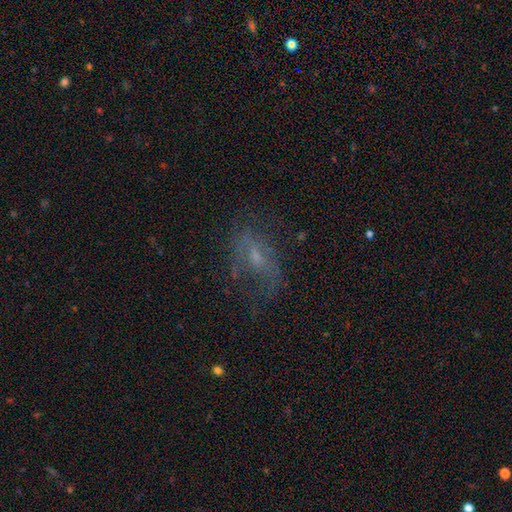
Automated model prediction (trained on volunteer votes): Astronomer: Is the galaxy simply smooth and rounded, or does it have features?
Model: featured or disk — 52% (runner-up: smooth, 30%).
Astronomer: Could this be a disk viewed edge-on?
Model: no — 93%.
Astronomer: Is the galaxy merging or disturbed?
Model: none — 49% (runner-up: major disturbance, 27%).